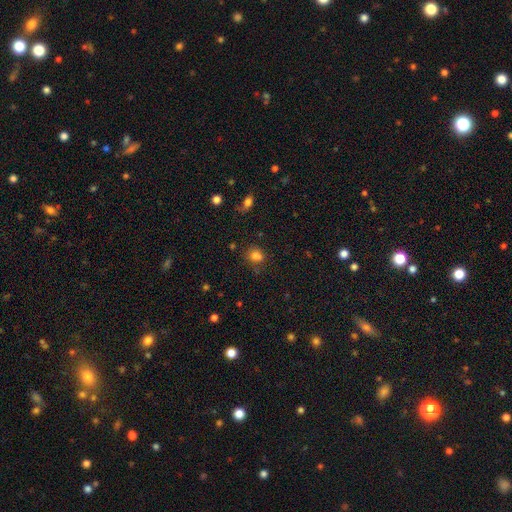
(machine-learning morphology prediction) A smooth galaxy with no disk features (76%) that is round (65%). Merging: none (60%).